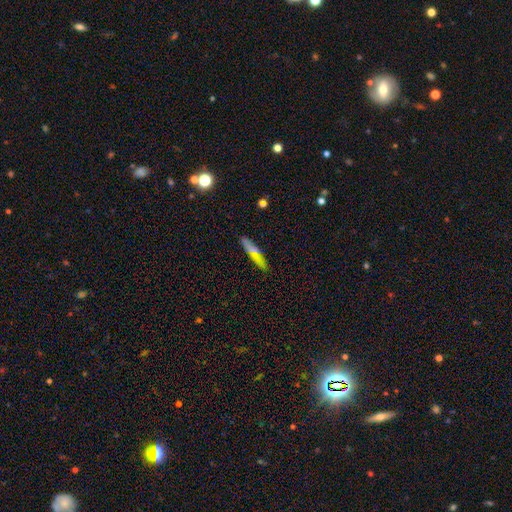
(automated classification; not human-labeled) smooth 69%, featured or disk 21%, star or artifact 10%. Down the decision tree: how rounded — cigar-shaped (83%); merging — none (87%).